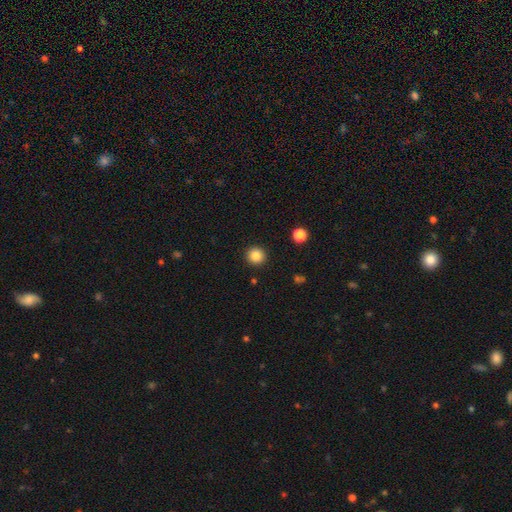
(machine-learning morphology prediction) type=smooth (85%); roundness=round (94%); merging=none (93%).